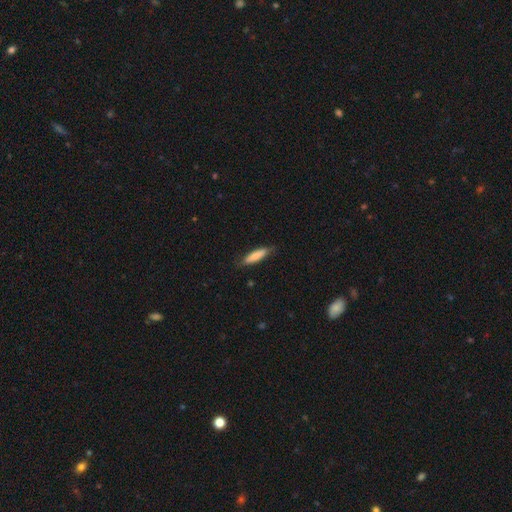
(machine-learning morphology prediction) Smooth or featured? smooth (78%)
How rounded? cigar-shaped (74%)
Merging? none (82%)